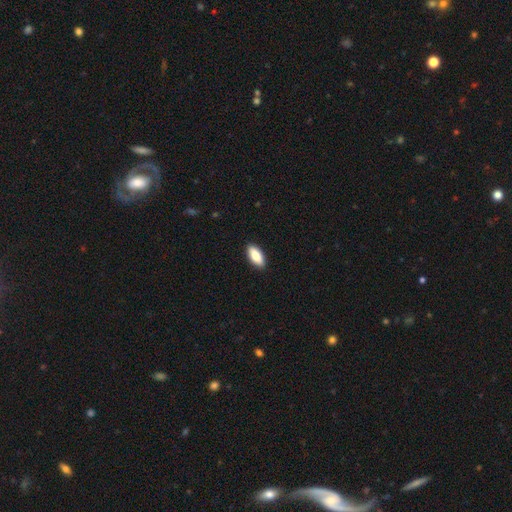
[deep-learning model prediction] Q: Smooth or featured?
A: smooth (83%); runner-up: featured or disk (11%)
Q: How rounded?
A: in between (85%); runner-up: cigar-shaped (13%)
Q: Merging?
A: none (90%); runner-up: minor disturbance (7%)